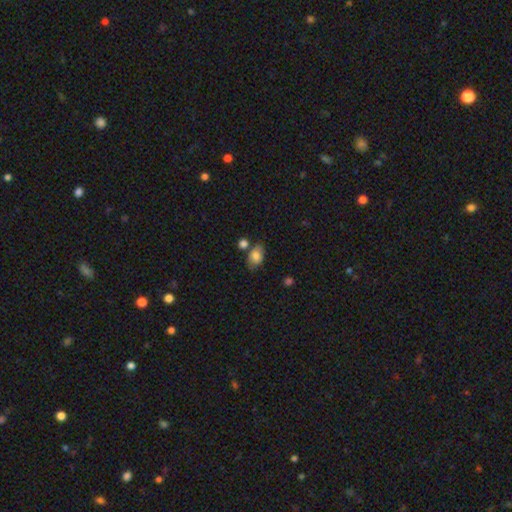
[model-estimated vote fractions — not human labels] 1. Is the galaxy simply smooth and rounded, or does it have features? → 79% smooth, 13% featured or disk, 8% star or artifact.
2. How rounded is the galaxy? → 83% in between, 16% round, 2% cigar-shaped.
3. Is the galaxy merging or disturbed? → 59% none, 20% minor disturbance, 15% merger, 6% major disturbance.